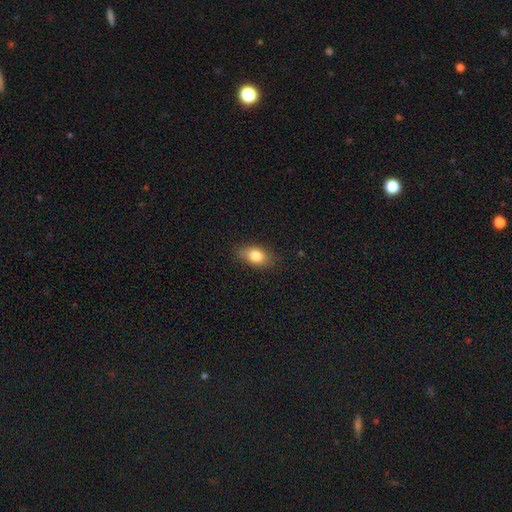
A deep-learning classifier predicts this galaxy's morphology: The model was most divided on "merging": none: 82%, minor disturbance: 14%, major disturbance: 3%, merger: 1%. More confident: how rounded — in between (83%); smooth or featured — smooth (80%).